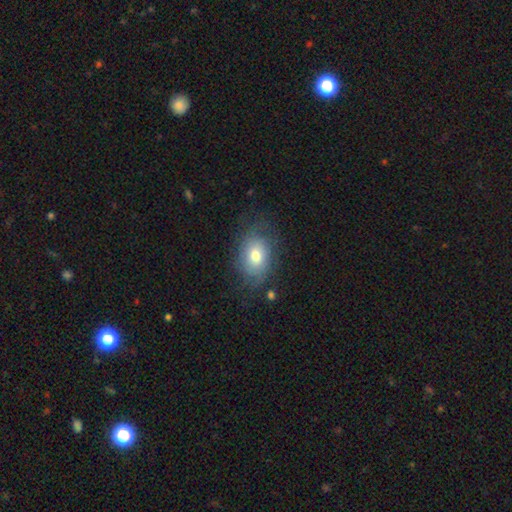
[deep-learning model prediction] smooth-or-featured: smooth: 63% | featured or disk: 28% | star or artifact: 9%
  how-rounded: in between: 73% | round: 26% | cigar-shaped: 1%
  merging: none: 66% | minor disturbance: 21% | major disturbance: 11% | merger: 2%